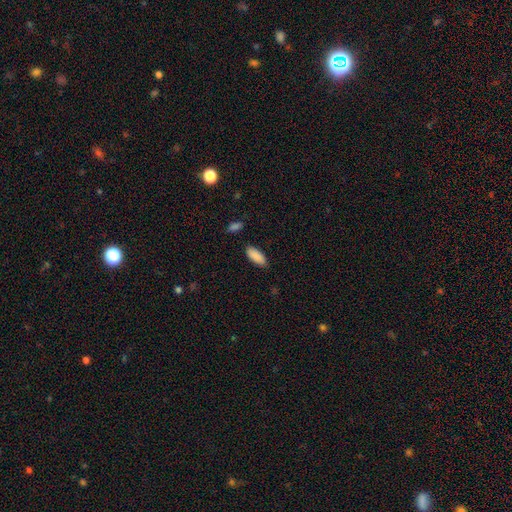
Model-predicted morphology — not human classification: A smooth galaxy with no disk features (90%) that is in between round and cigar-shaped (84%).

Vote fractions:
- Smooth or featured? smooth: 90% / star or artifact: 6% / featured or disk: 4%
- How rounded? in between: 84% / cigar-shaped: 15% / round: 2%
- Merging? none: 83% / minor disturbance: 12% / major disturbance: 2% / merger: 2%